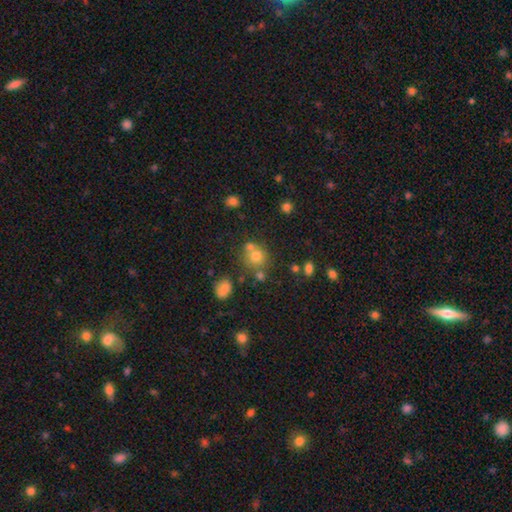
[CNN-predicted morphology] Smooth or featured? Predicted: smooth (p=0.70). How rounded? Predicted: round (p=0.86). Merging? Predicted: none (p=0.58).